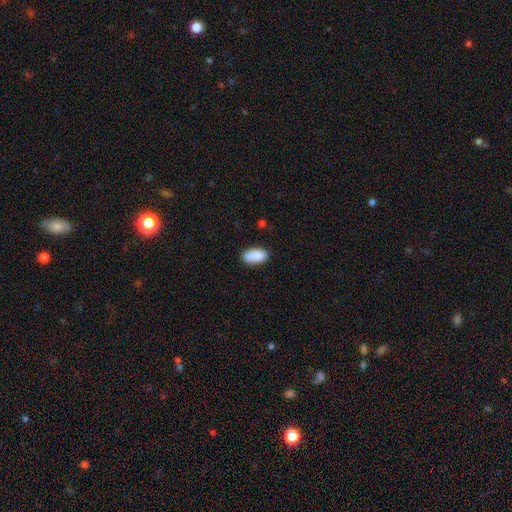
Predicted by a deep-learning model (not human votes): A smooth galaxy with no disk features (89%) that is in between round and cigar-shaped (92%). Merging: none (83%).